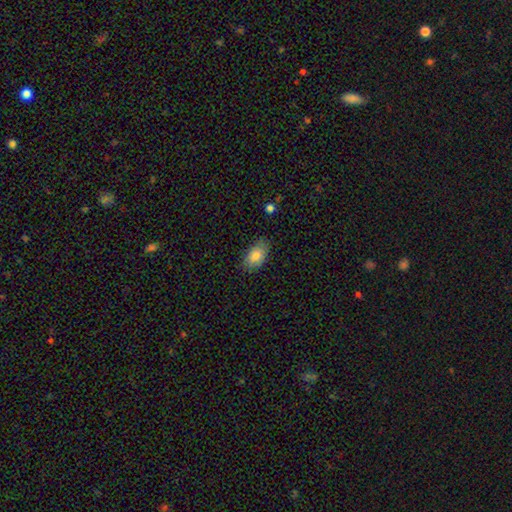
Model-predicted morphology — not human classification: type=smooth (84%); roundness=in between (92%); merging=none (81%).